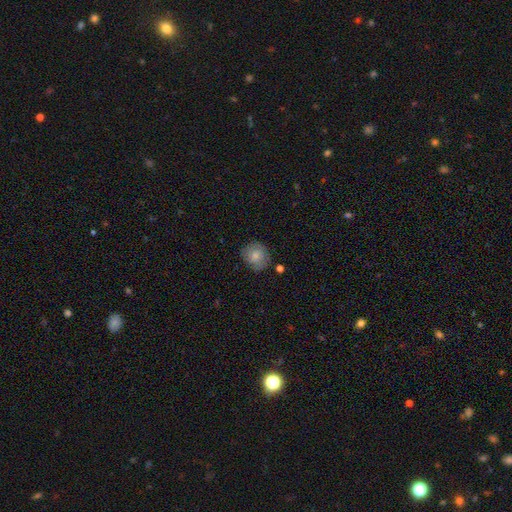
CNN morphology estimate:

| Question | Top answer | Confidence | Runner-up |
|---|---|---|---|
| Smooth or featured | smooth | 71% | featured or disk (21%) |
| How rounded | round | 81% | in between (18%) |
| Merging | none | 75% | minor disturbance (18%) |